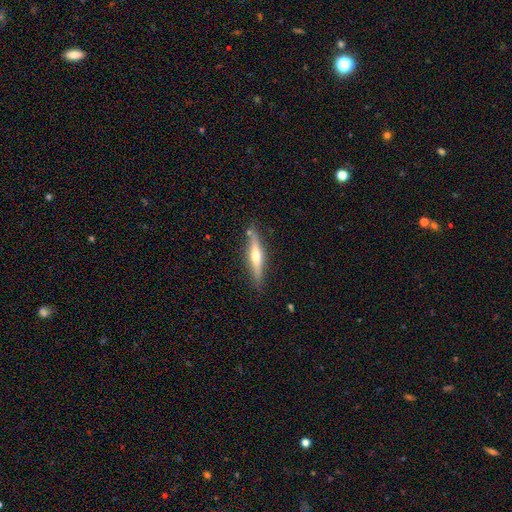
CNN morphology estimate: This appears to be a featured or disk galaxy (62%) viewed edge-on (96%) with a rounded central bulge (89%). Merging: none (85%).